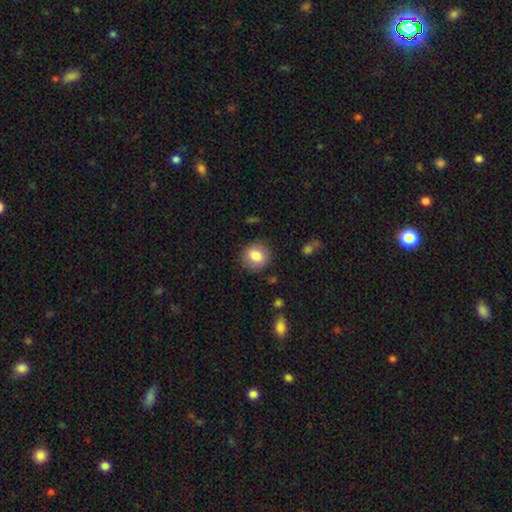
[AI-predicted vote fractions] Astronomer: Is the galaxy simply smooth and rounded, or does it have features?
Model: smooth — 82%.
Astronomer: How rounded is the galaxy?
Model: round — 80%.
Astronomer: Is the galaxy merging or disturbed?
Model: none — 86%.